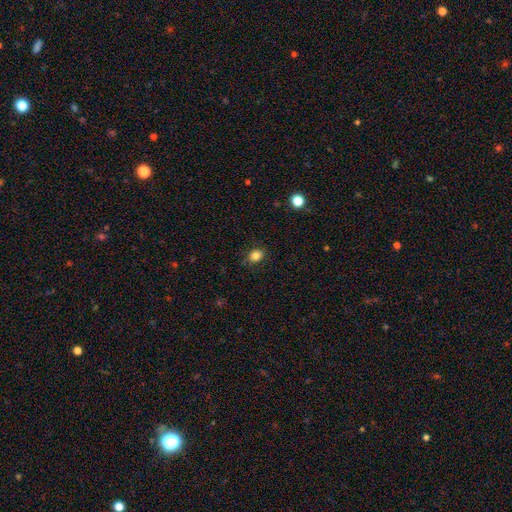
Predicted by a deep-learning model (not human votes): Q: Smooth or featured?
A: smooth (83%); runner-up: star or artifact (11%)
Q: How rounded?
A: round (53%); runner-up: in between (46%)
Q: Merging?
A: none (85%); runner-up: minor disturbance (11%)